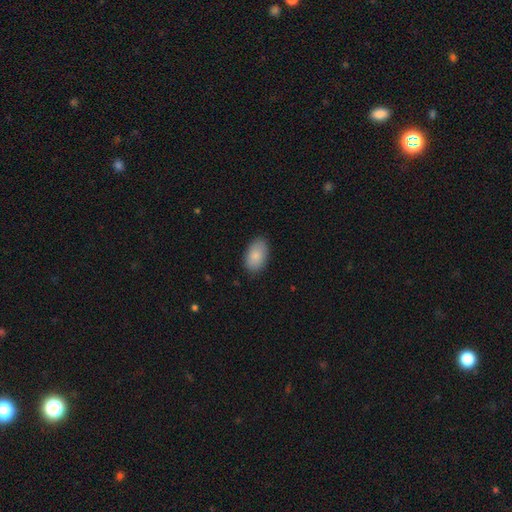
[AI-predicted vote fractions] Smooth or featured? Predicted: smooth (p=0.86). How rounded? Predicted: in between (p=0.93). Merging? Predicted: none (p=0.85).